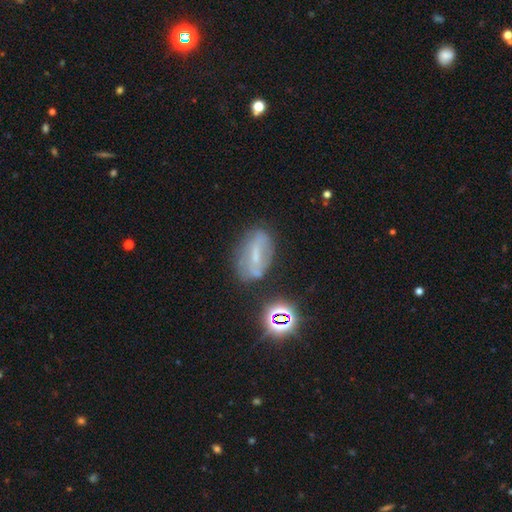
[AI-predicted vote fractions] Overall: featured or disk (50%; smooth 33%). Edge-on disk: no (88%). Merging: none (66%).